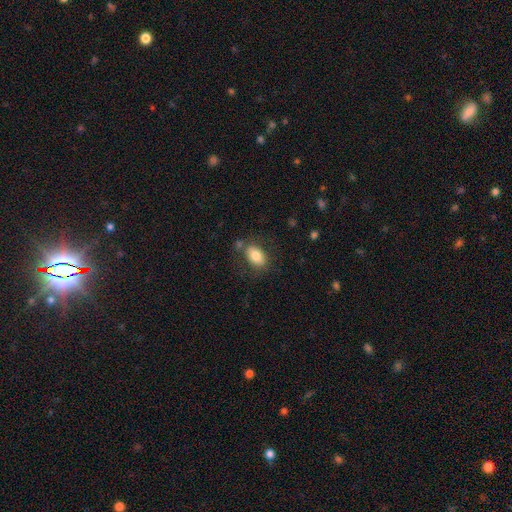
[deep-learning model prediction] A smooth galaxy with no disk features (78%) that is in between round and cigar-shaped (87%).

Vote fractions:
- Smooth or featured? smooth: 78% / featured or disk: 14% / star or artifact: 8%
- How rounded? in between: 87% / round: 11% / cigar-shaped: 1%
- Merging? none: 71% / minor disturbance: 14% / merger: 9% / major disturbance: 6%